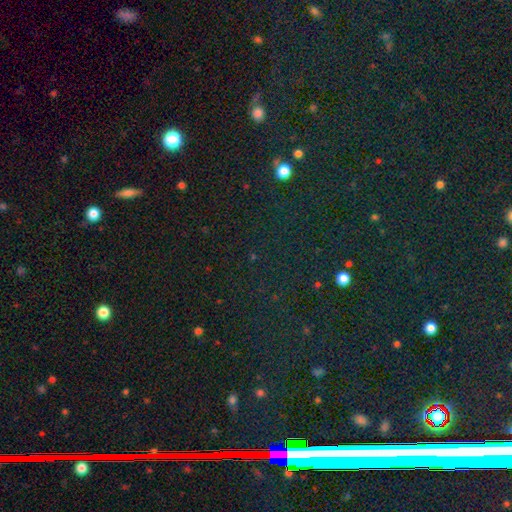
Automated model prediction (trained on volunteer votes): A star or artifact, not a galaxy (77%).